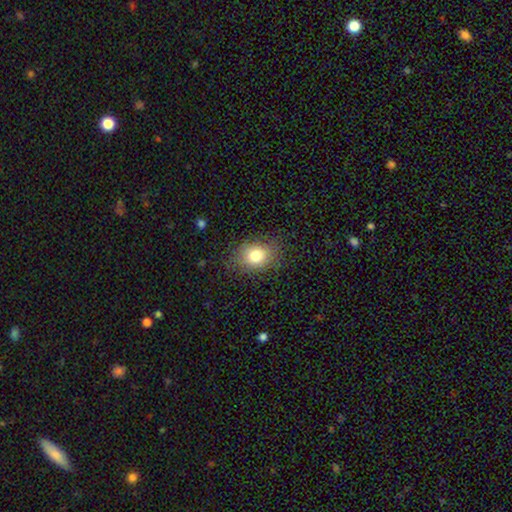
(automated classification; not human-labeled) A smooth galaxy with no disk features (79%) that is in between round and cigar-shaped (60%). Merging: none (80%).